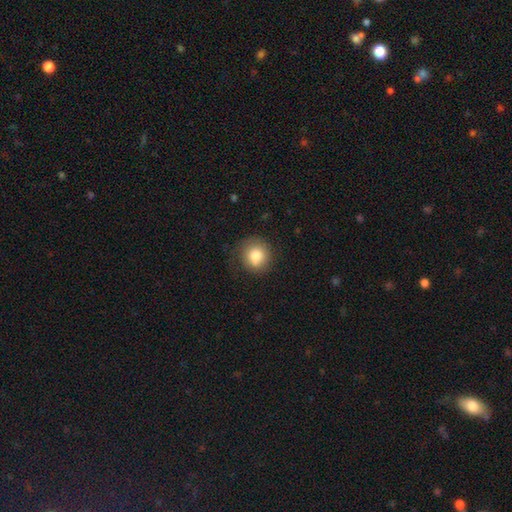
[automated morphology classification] Q: Smooth or featured?
A: smooth (80%); runner-up: featured or disk (12%)
Q: How rounded?
A: round (89%); runner-up: in between (10%)
Q: Merging?
A: none (76%); runner-up: minor disturbance (17%)